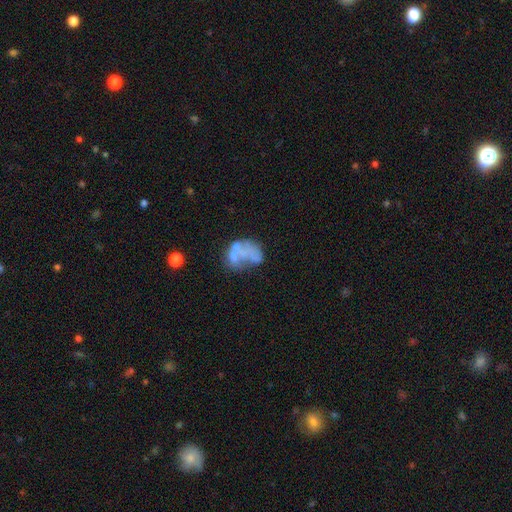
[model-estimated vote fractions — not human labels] Smooth or featured? featured or disk (45%)
Merging? none (31%)